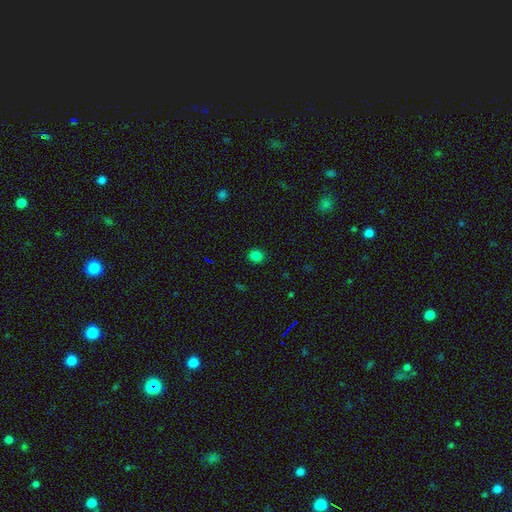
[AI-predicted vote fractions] A smooth galaxy with no disk features (81%) that is round (78%).

Vote fractions:
- Smooth or featured? smooth: 81% / star or artifact: 14% / featured or disk: 5%
- How rounded? round: 78% / in between: 21% / cigar-shaped: 1%
- Merging? none: 90% / minor disturbance: 7% / major disturbance: 2% / merger: 1%